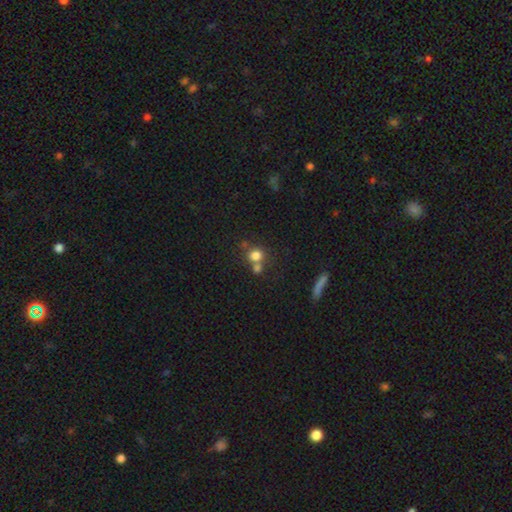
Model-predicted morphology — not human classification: The model was most divided on "merging": none: 47%, merger: 41%, minor disturbance: 8%, major disturbance: 4%. More confident: how rounded — round (82%); smooth or featured — smooth (76%).